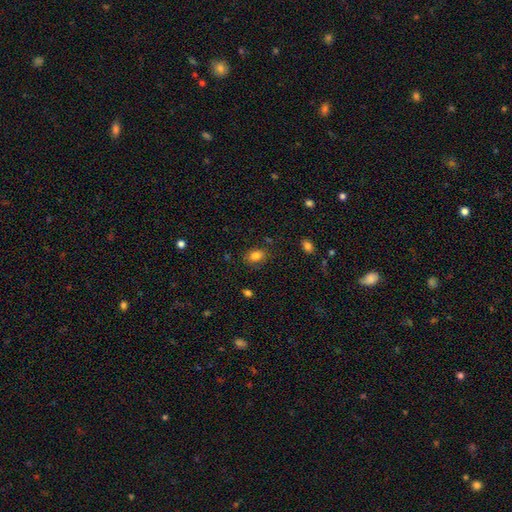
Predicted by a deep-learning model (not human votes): Smooth or featured? Predicted: smooth (p=0.83). How rounded? Predicted: in between (p=0.78). Merging? Predicted: none (p=0.81).